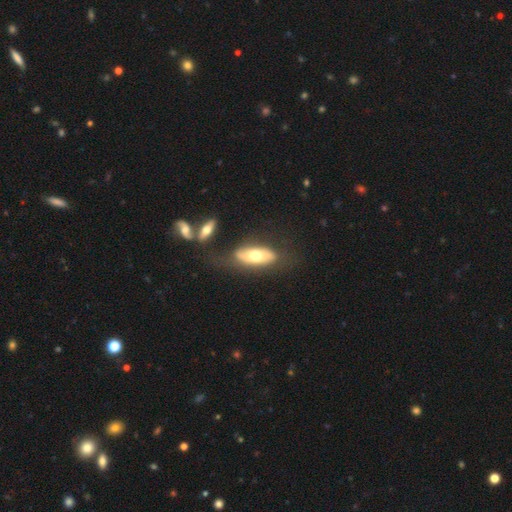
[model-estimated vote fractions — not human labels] A smooth galaxy with no disk features (53%) that is in between round and cigar-shaped (78%). Merging: none (62%).